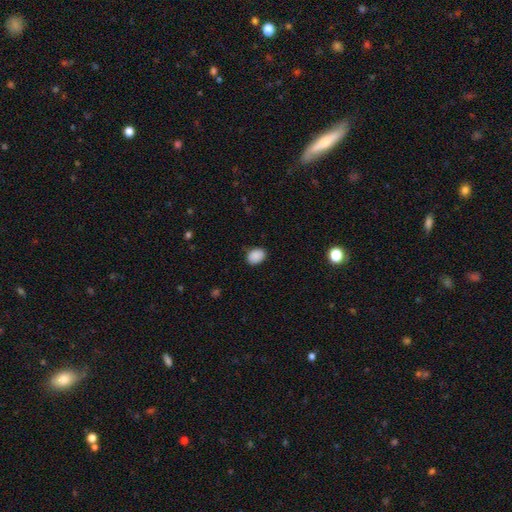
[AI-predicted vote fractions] The model was most divided on "how rounded": in between: 65%, round: 34%, cigar-shaped: 1%. More confident: smooth or featured — smooth (89%); merging — none (83%).